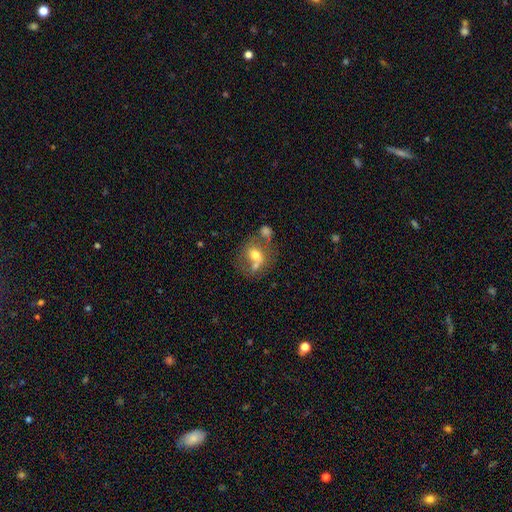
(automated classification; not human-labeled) A smooth galaxy with no disk features (55%) that is round (50%).

Vote fractions:
- Smooth or featured? smooth: 55% / featured or disk: 35% / star or artifact: 11%
- How rounded? round: 50% / in between: 48% / cigar-shaped: 2%
- Merging? merger: 40% / none: 34% / minor disturbance: 15% / major disturbance: 11%